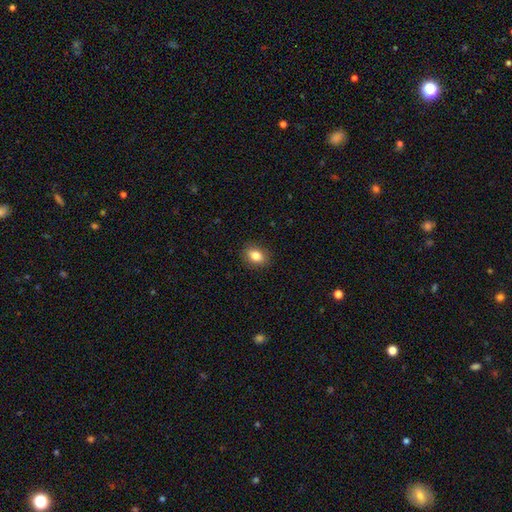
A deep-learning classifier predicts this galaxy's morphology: type=smooth (83%); roundness=in between (74%); merging=none (88%).